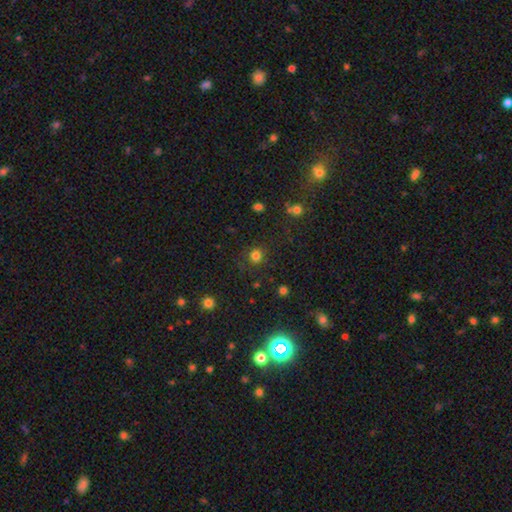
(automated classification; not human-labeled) smooth 78%, star or artifact 17%, featured or disk 5%. Down the decision tree: how rounded — round (90%); merging — none (85%).